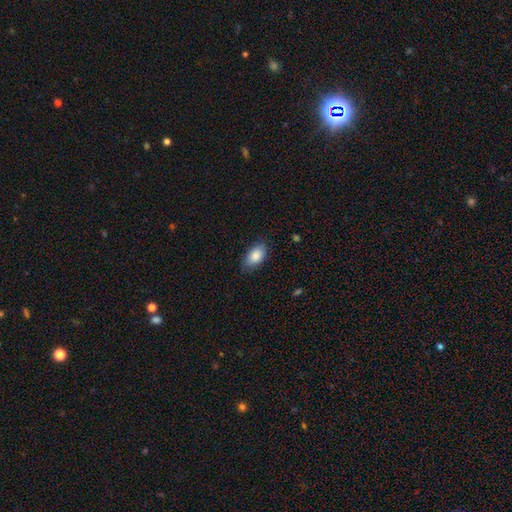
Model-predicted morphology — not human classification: smooth_or_featured: smooth (p=0.86) [alt: featured or disk p=0.07]
how_rounded: in between (p=0.92) [alt: round p=0.06]
merging: none (p=0.78) [alt: minor disturbance p=0.18]